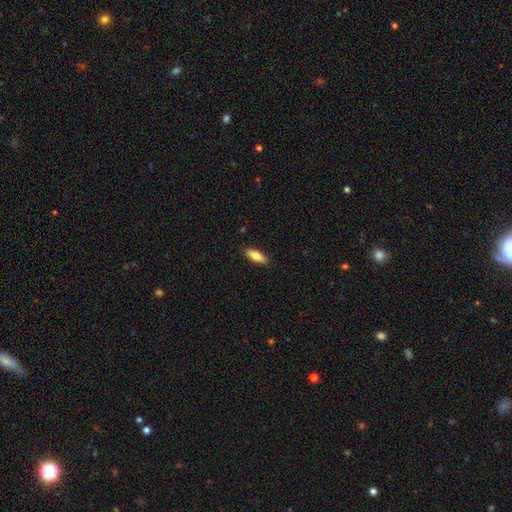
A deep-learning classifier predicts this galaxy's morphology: This is likely a smooth galaxy (76%). How rounded: likely in between (63%). Merging: clearly none (89%).